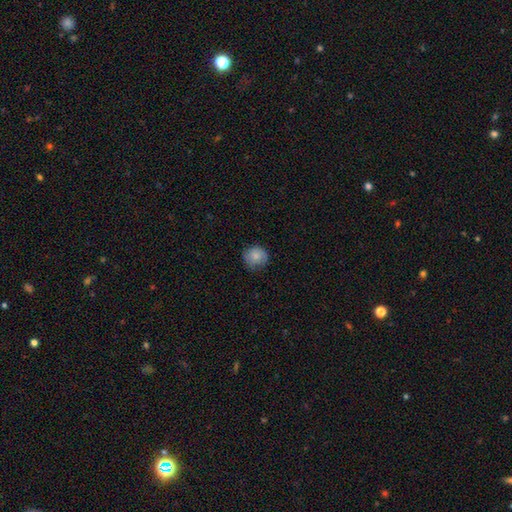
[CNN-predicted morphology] type=smooth (77%); roundness=round (87%); merging=none (75%).